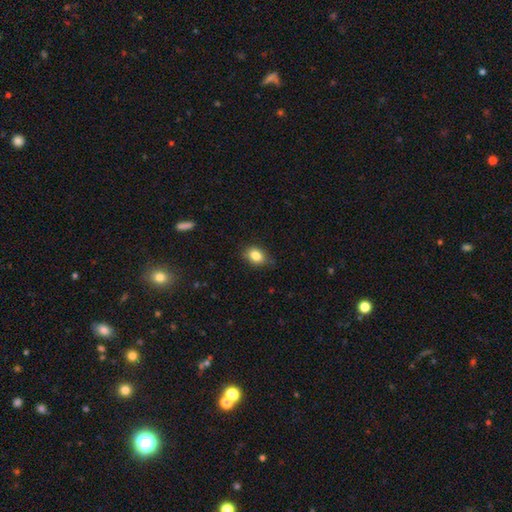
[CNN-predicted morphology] This appears to be a smooth galaxy with no disk features (83%) that is in between round and cigar-shaped (62%). Merging: none (75%).